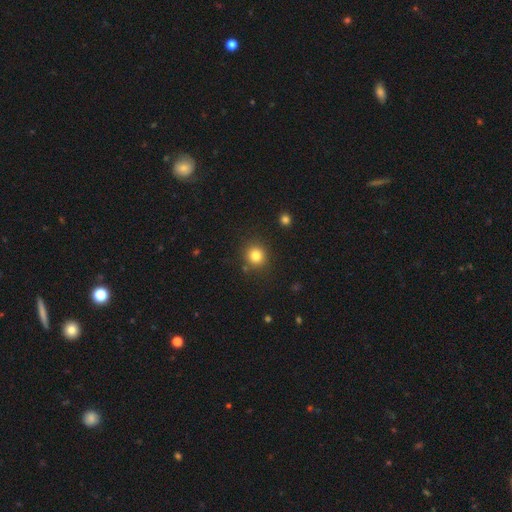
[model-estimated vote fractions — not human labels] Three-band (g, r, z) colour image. It shows a smooth galaxy with no disk features (82%) that is round (90%). Merging: none (86%).